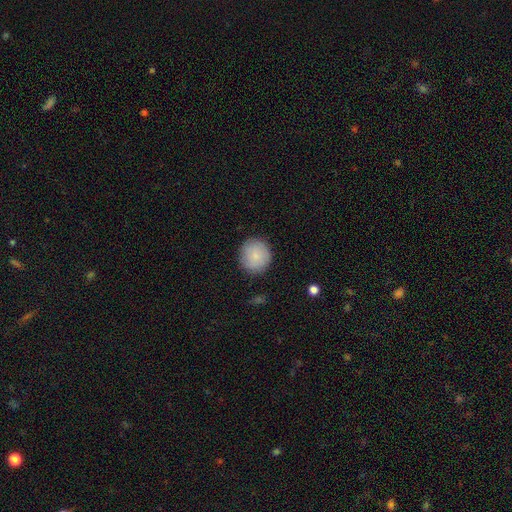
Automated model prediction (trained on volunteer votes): smooth_or_featured: smooth (p=0.83) [alt: featured or disk p=0.11]
how_rounded: round (p=0.92) [alt: in between p=0.07]
merging: none (p=0.87) [alt: minor disturbance p=0.10]